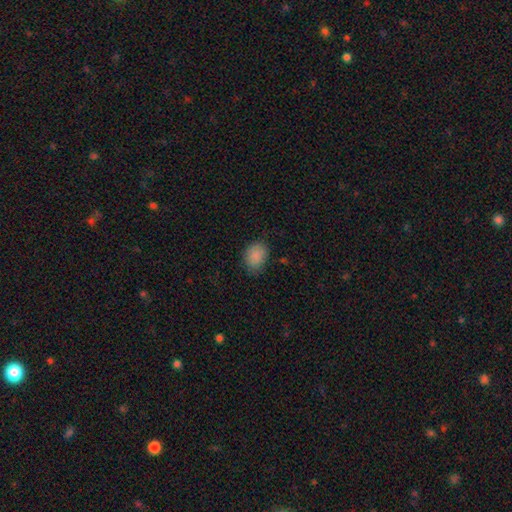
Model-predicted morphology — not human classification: smooth-or-featured: smooth: 87% | star or artifact: 8% | featured or disk: 4%
  how-rounded: in between: 65% | round: 34% | cigar-shaped: 1%
  merging: none: 78% | minor disturbance: 17% | major disturbance: 4% | merger: 1%